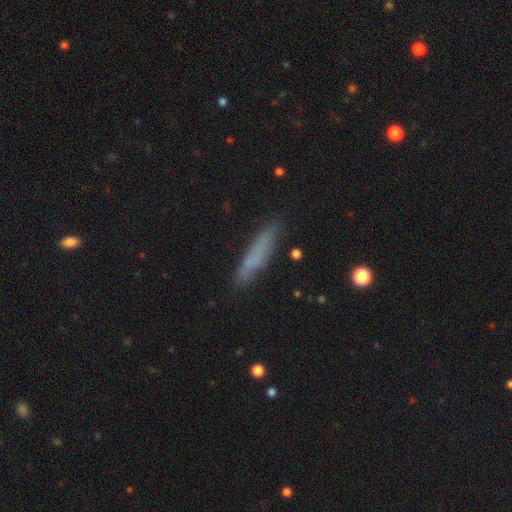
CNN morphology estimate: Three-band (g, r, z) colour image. It shows a smooth galaxy with no disk features (67%) that is cigar-shaped (88%). Merging: none (82%).